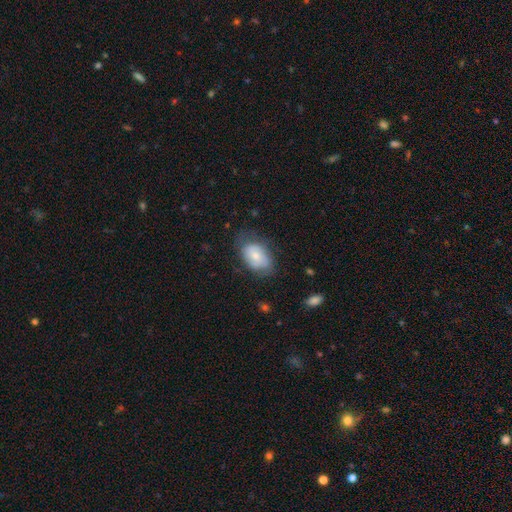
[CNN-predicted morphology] A smooth galaxy with no disk features (56%) that is in between round and cigar-shaped (85%). Merging: none (59%).